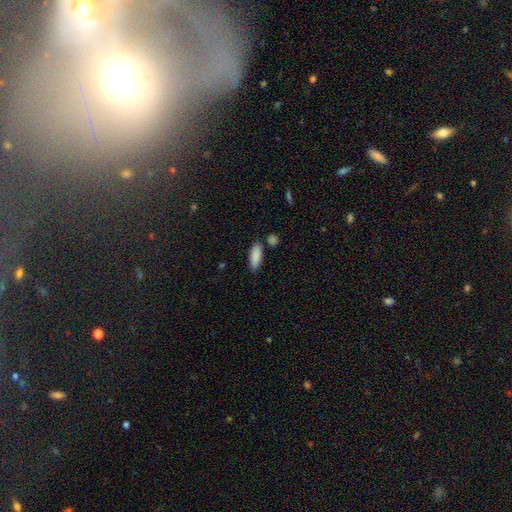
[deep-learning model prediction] Smooth or featured?
  - smooth: 89% *
  - star or artifact: 6%
  - featured or disk: 5%
How rounded?
  - in between: 69% *
  - cigar-shaped: 29%
  - round: 2%
Merging?
  - none: 81% *
  - minor disturbance: 11%
  - merger: 5%
  - major disturbance: 2%